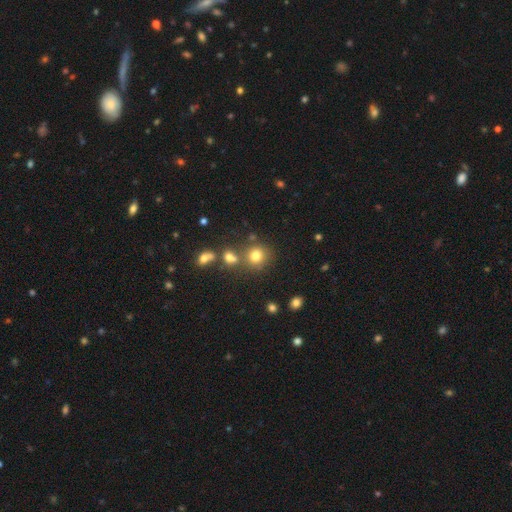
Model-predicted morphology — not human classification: Overall: smooth (77%). How rounded: round (86%). Merging: none (69%).